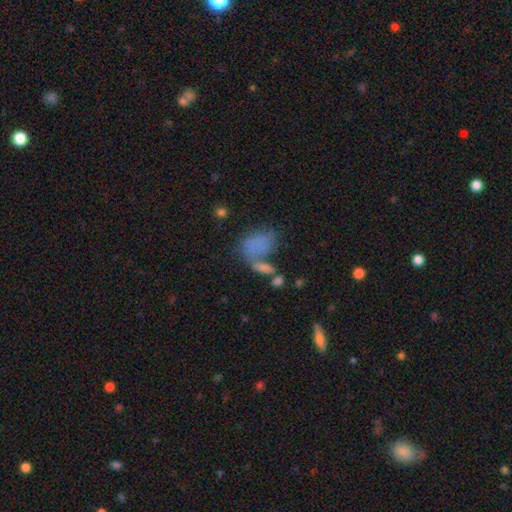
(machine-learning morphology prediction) This appears to be a smooth galaxy with no disk features (55%) that is in between round and cigar-shaped (76%). Merging: none (37%).